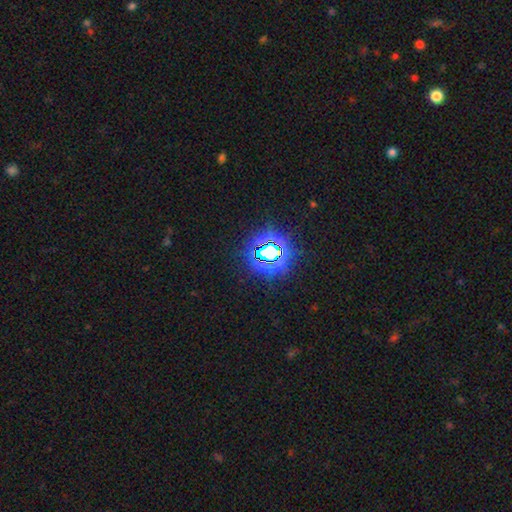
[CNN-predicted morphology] Overall: star or artifact (78%).